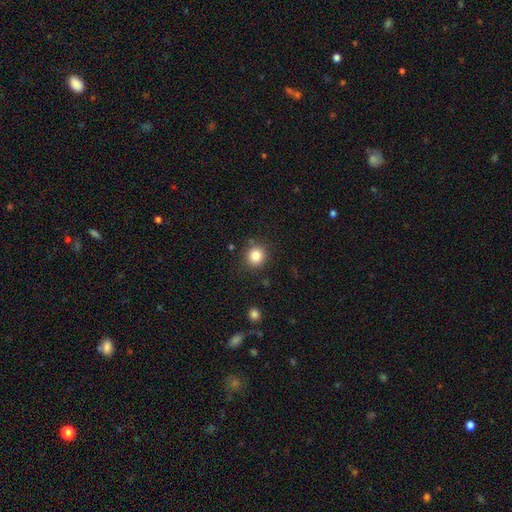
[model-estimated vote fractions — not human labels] Smooth or featured: smooth — 83% (star or artifact — 11%)
How rounded: round — 89% (in between — 11%)
Merging: none — 85% (minor disturbance — 9%)